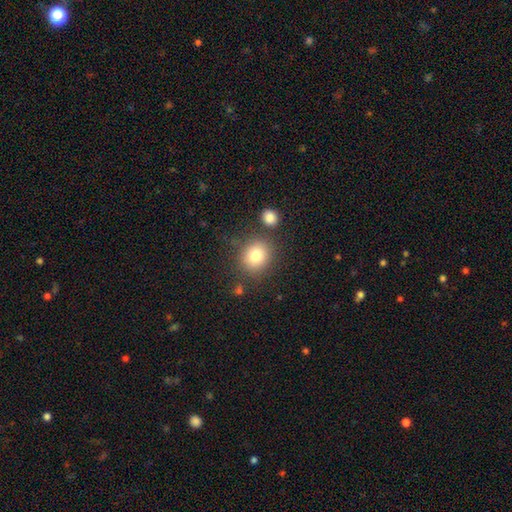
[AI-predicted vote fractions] Smooth or featured? Predicted: smooth (p=0.81). How rounded? Predicted: round (p=0.80). Merging? Predicted: none (p=0.78).